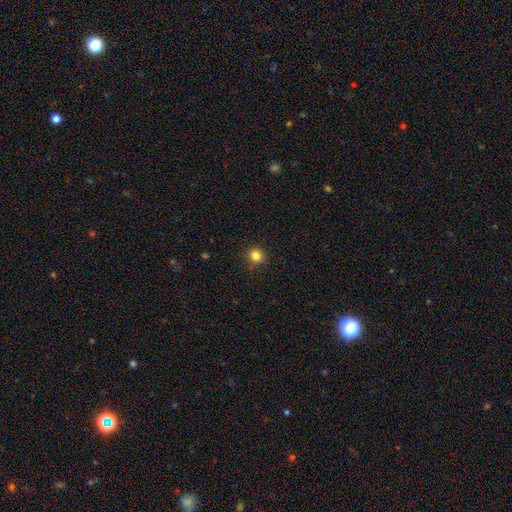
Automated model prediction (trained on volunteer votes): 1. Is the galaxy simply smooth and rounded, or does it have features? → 83% smooth, 12% star or artifact, 5% featured or disk.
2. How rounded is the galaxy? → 84% round, 15% in between, 1% cigar-shaped.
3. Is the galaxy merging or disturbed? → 89% none, 8% minor disturbance, 2% major disturbance, 1% merger.